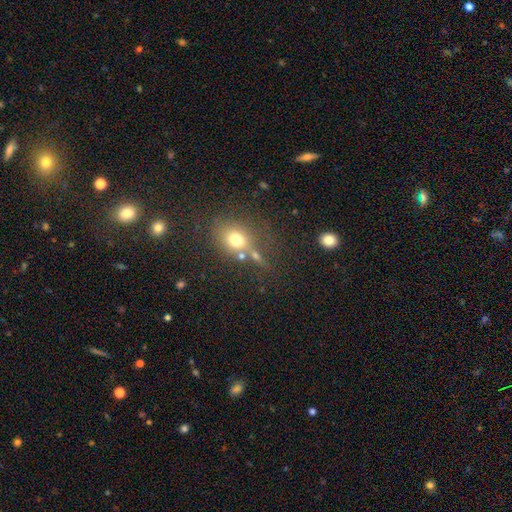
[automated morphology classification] type=smooth (65%); roundness=round (63%); merging=none (59%).